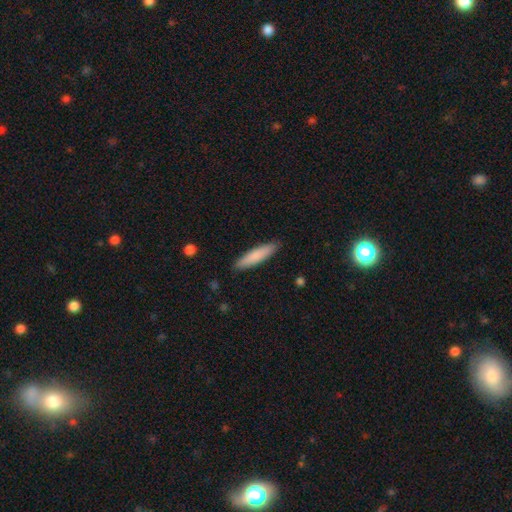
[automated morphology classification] Smooth or featured: smooth — 82% (featured or disk — 12%)
How rounded: cigar-shaped — 82% (in between — 17%)
Merging: none — 89% (minor disturbance — 8%)